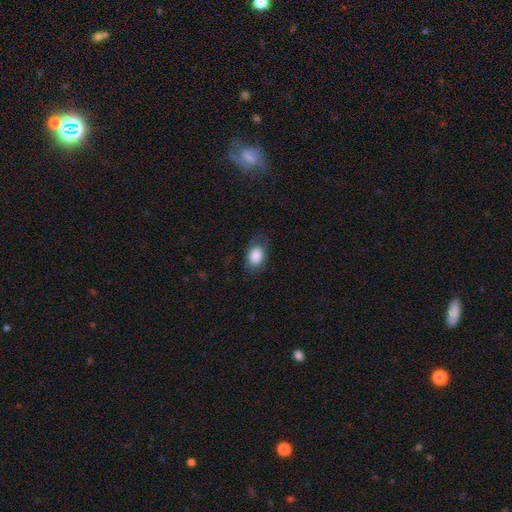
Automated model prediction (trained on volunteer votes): The model was most divided on "merging": none: 72%, minor disturbance: 19%, major disturbance: 8%, merger: 1%. More confident: smooth or featured — smooth (85%); how rounded — in between (81%).